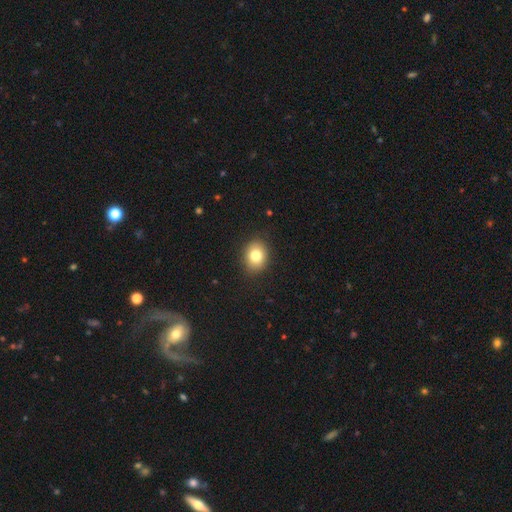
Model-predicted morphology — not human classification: smooth-or-featured: smooth: 81% | star or artifact: 10% | featured or disk: 10%
  how-rounded: round: 51% | in between: 48% | cigar-shaped: 1%
  merging: none: 88% | minor disturbance: 9% | major disturbance: 2% | merger: 1%